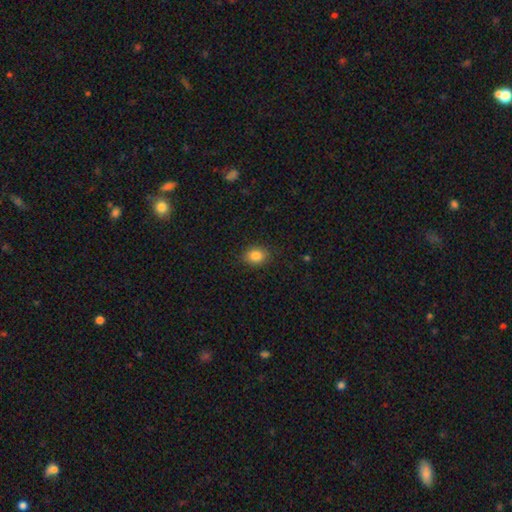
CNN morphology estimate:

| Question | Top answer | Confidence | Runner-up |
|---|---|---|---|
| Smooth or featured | smooth | 85% | star or artifact (10%) |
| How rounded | in between | 56% | round (43%) |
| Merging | none | 87% | minor disturbance (10%) |